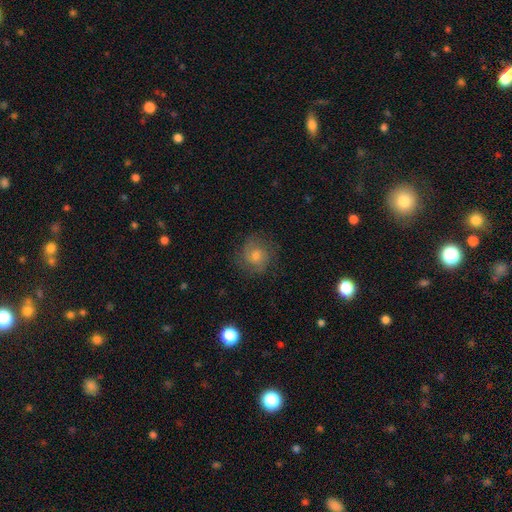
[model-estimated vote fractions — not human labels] smooth_or_featured: featured or disk (p=0.54) [alt: smooth p=0.32]
disk_edge_on: no (p=0.97) [alt: yes p=0.03]
bar: no (p=0.73) [alt: weak p=0.23]
has_spiral_arms: yes (p=0.89) [alt: no p=0.11]
bulge_size: moderate (p=0.55) [alt: small p=0.35]
merging: none (p=0.79) [alt: minor disturbance p=0.14]